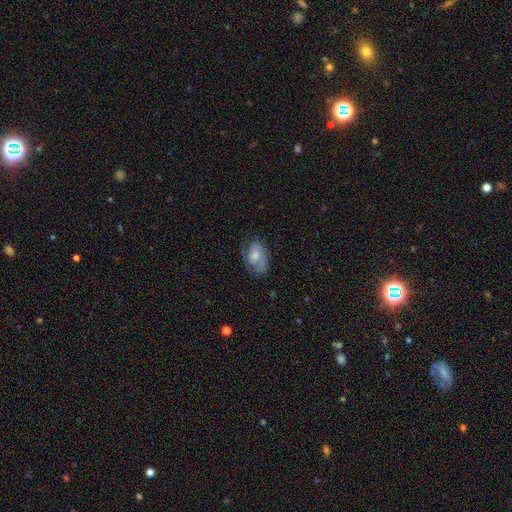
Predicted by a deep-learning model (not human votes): Smooth or featured: smooth — 55% (featured or disk — 38%)
How rounded: in between — 89% (round — 9%)
Merging: none — 60% (minor disturbance — 26%)